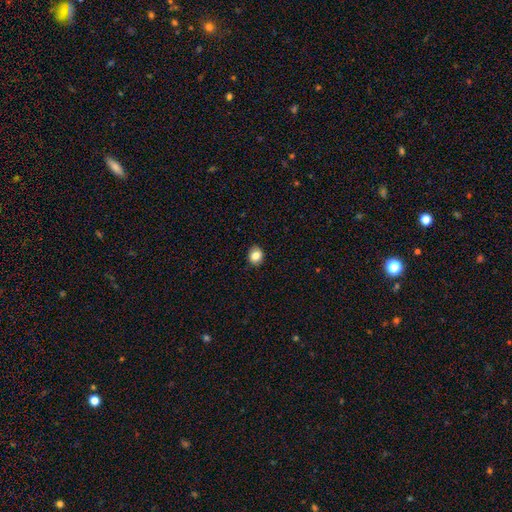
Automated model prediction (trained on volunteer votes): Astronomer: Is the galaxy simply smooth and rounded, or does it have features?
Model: smooth — 83%.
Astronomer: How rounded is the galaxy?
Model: round — 64%.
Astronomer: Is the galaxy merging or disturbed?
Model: none — 88%.